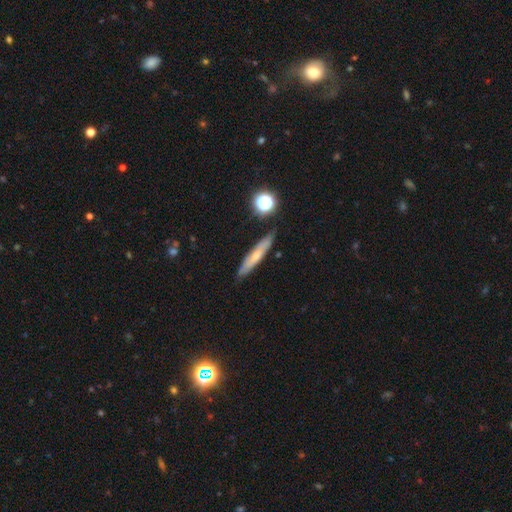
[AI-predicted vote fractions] The model was most divided on "smooth or featured": smooth: 51%, featured or disk: 40%, star or artifact: 9%. More confident: how rounded — cigar-shaped (89%); merging — none (84%).